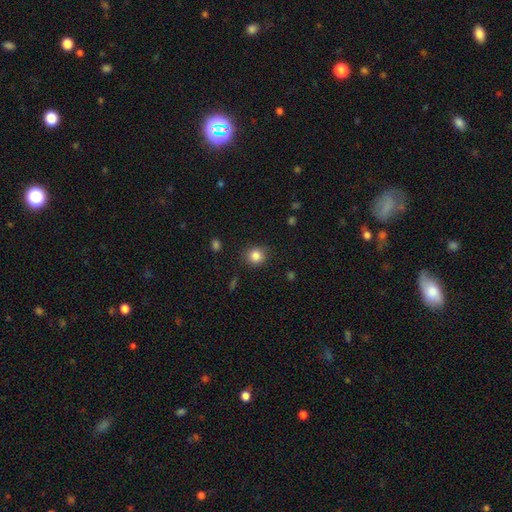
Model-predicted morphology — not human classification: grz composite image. It shows a smooth galaxy with no disk features (84%) that is round (84%). Merging: none (86%).